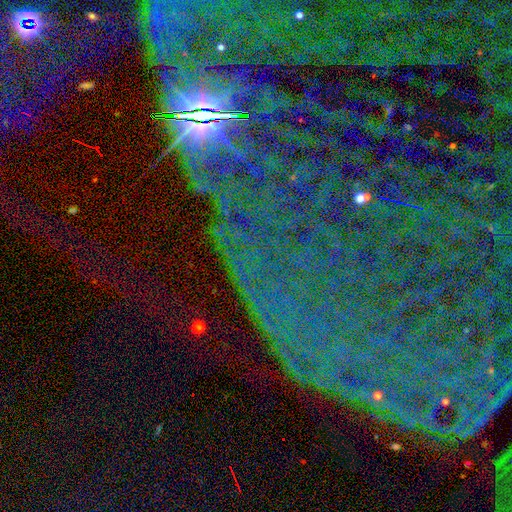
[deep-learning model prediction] Morphology: type=star or artifact (84%).